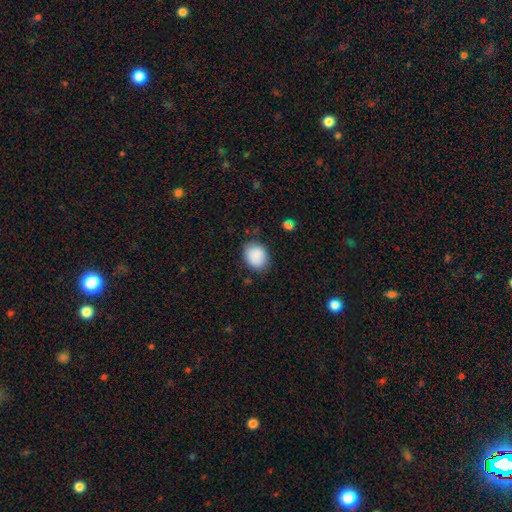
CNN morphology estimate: Smooth or featured? smooth (88%)
How rounded? in between (52%)
Merging? none (80%)